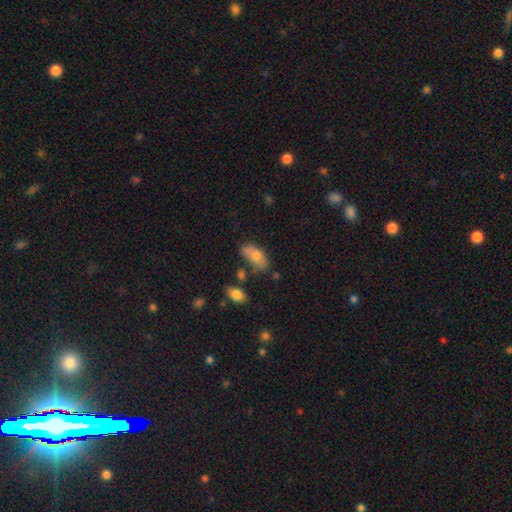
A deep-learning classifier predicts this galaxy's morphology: Smooth or featured?
  - smooth: 72% *
  - featured or disk: 20%
  - star or artifact: 8%
How rounded?
  - in between: 90% *
  - cigar-shaped: 6%
  - round: 4%
Merging?
  - none: 56% *
  - minor disturbance: 26%
  - merger: 10%
  - major disturbance: 8%